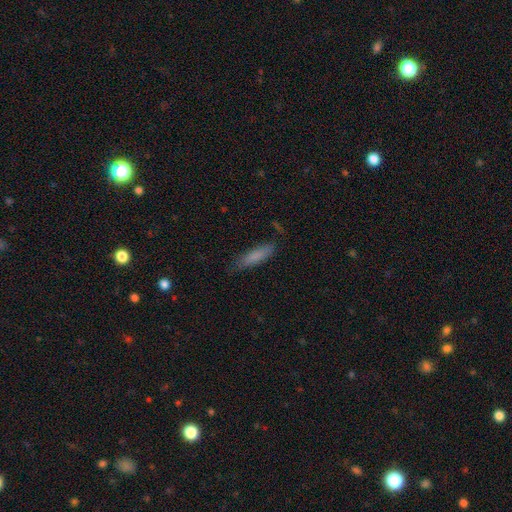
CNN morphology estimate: The model was most divided on "how rounded": cigar-shaped: 71%, in between: 27%, round: 1%. More confident: smooth or featured — smooth (79%); merging — none (79%).